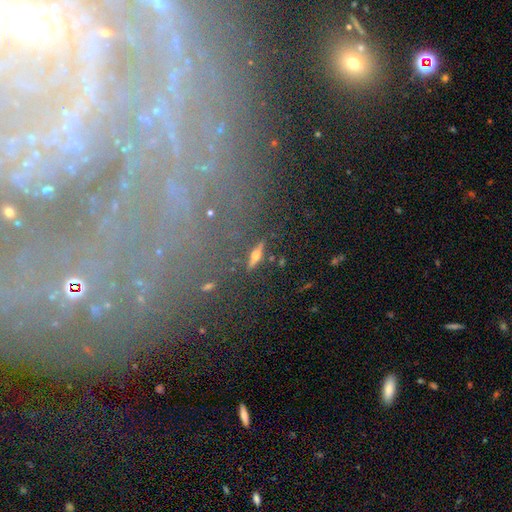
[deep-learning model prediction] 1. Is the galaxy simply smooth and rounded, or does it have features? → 61% featured or disk, 25% smooth, 15% star or artifact.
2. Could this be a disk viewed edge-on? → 88% yes, 12% no.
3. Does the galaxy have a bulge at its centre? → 93% rounded, 4% boxy, 3% none.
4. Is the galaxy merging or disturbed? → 82% none, 10% minor disturbance, 4% major disturbance, 4% merger.